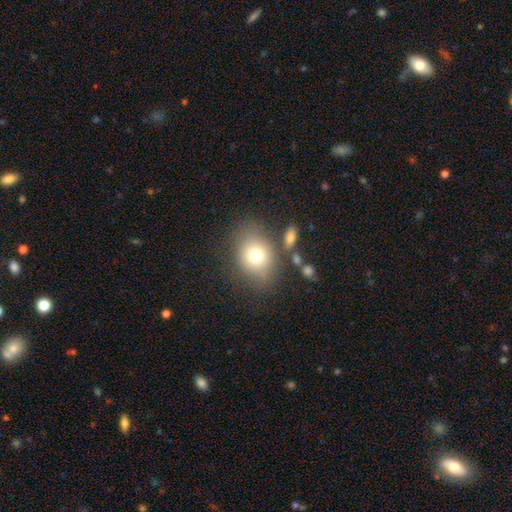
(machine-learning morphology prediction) A smooth galaxy with no disk features (73%) that is round (52%). Merging: none (67%).